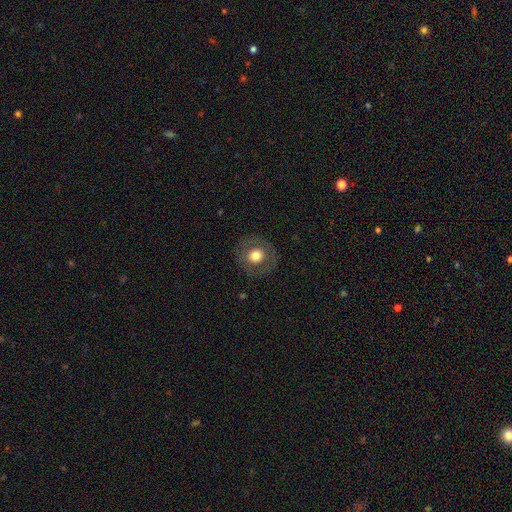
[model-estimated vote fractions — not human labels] smooth-or-featured: smooth: 64% | featured or disk: 27% | star or artifact: 9%
  how-rounded: round: 91% | in between: 8% | cigar-shaped: 1%
  merging: none: 86% | minor disturbance: 9% | major disturbance: 5% | merger: 1%